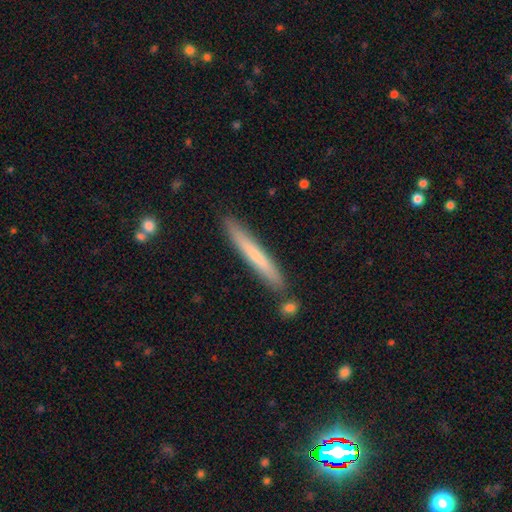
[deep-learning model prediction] Smooth or featured? Predicted: smooth (p=0.63). How rounded? Predicted: cigar-shaped (p=0.96). Merging? Predicted: none (p=0.86).